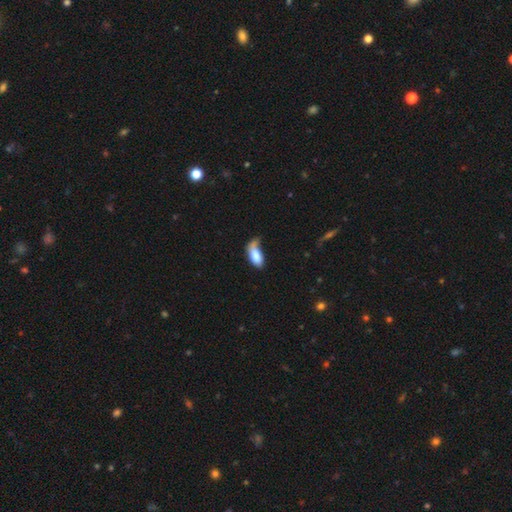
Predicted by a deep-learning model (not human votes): smooth_or_featured: smooth (p=0.80) [alt: featured or disk p=0.14]
how_rounded: in between (p=0.89) [alt: cigar-shaped p=0.08]
merging: minor disturbance (p=0.35) [alt: none p=0.30]